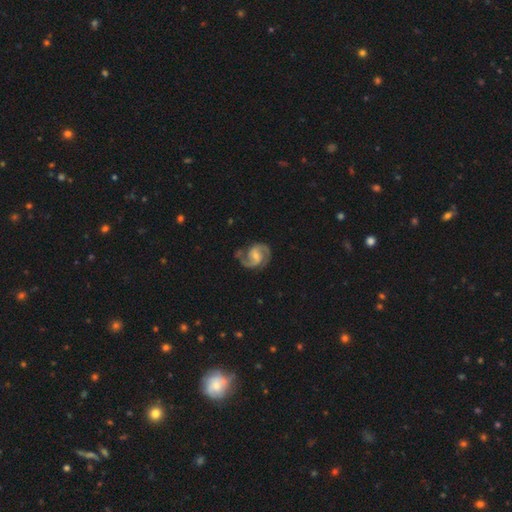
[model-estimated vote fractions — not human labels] Smooth or featured: featured or disk — 90% (smooth — 5%)
Edge-on disk: no — 98% (yes — 2%)
Bar: weak — 53% (no — 29%)
Spiral arms: yes — 98% (no — 2%)
Spiral winding: medium — 59% (tight — 23%)
Spiral arm count: 2 — 91% (can't tell — 2%)
Bulge size: small — 51% (moderate — 41%)
Merging: none — 73% (minor disturbance — 18%)